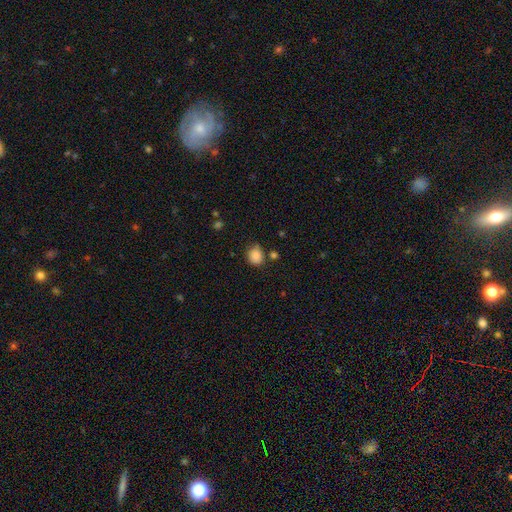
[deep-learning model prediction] The model was most divided on "how rounded": round: 69%, in between: 30%, cigar-shaped: 1%. More confident: smooth or featured — smooth (86%); merging — none (71%).